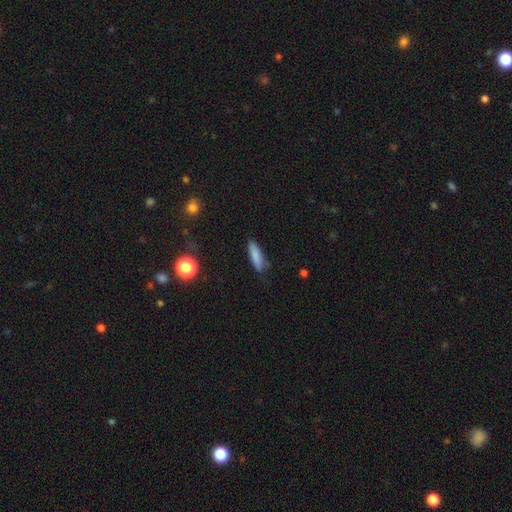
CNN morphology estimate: This appears to be a smooth galaxy with no disk features (84%) that is cigar-shaped (64%). Merging: none (79%).